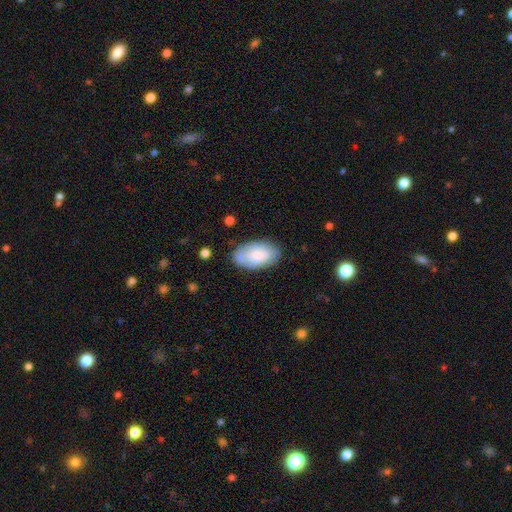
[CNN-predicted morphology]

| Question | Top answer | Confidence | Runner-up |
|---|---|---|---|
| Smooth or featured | smooth | 70% | featured or disk (23%) |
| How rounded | in between | 95% | round (4%) |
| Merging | none | 72% | minor disturbance (19%) |